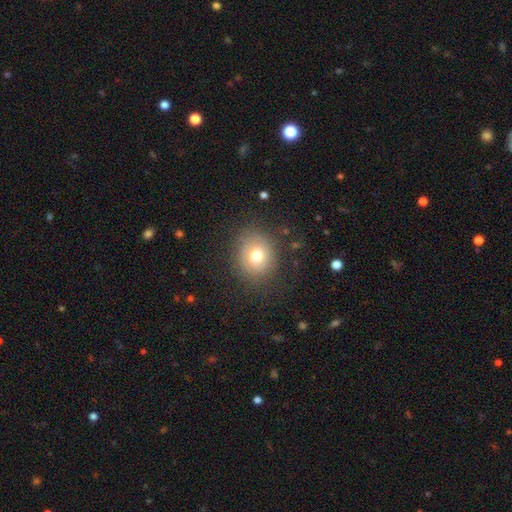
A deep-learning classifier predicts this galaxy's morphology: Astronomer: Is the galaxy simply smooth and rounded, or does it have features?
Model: smooth — 73%.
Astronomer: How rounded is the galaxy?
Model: round — 70%.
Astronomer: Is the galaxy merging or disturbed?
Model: none — 81%.